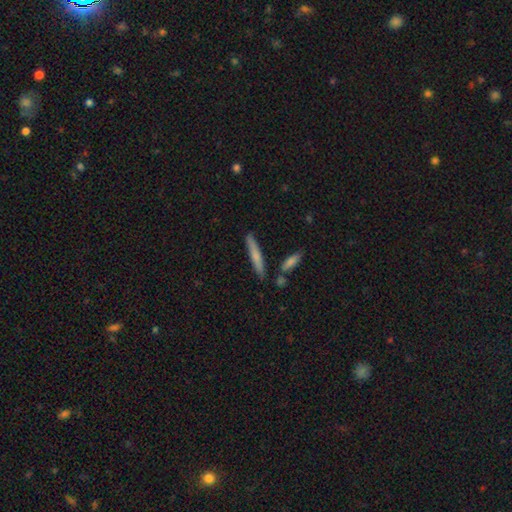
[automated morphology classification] smooth 66%, featured or disk 29%, star or artifact 6%. Down the decision tree: how rounded — cigar-shaped (93%); merging — none (83%).